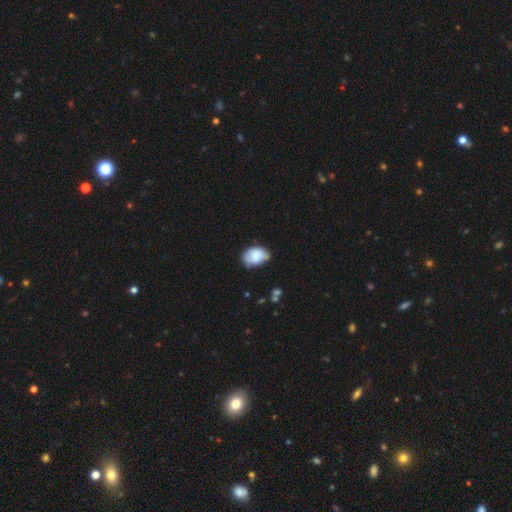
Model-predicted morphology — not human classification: This appears to be a smooth galaxy with no disk features (74%) that is in between round and cigar-shaped (82%). Merging: none (60%).